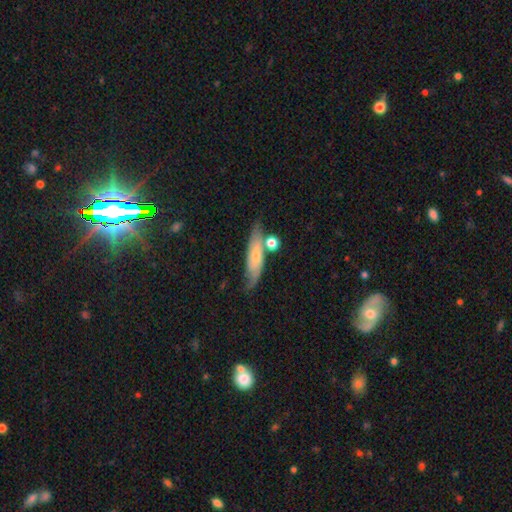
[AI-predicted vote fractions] smooth 48%, featured or disk 44%, star or artifact 7%. Down the decision tree: merging — none (61%).